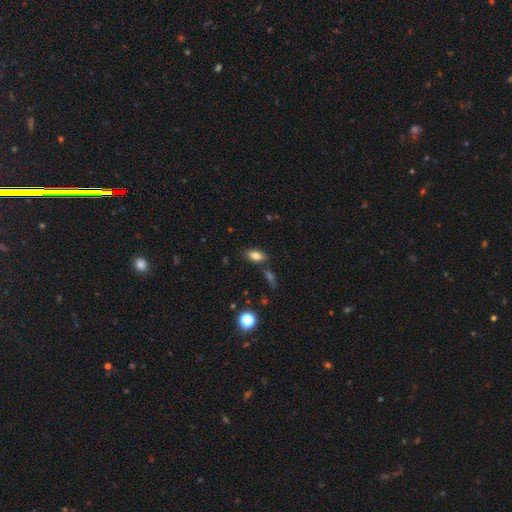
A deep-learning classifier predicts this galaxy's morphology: This appears to be a smooth galaxy with no disk features (81%) that is in between round and cigar-shaped (88%). Merging: none (77%).